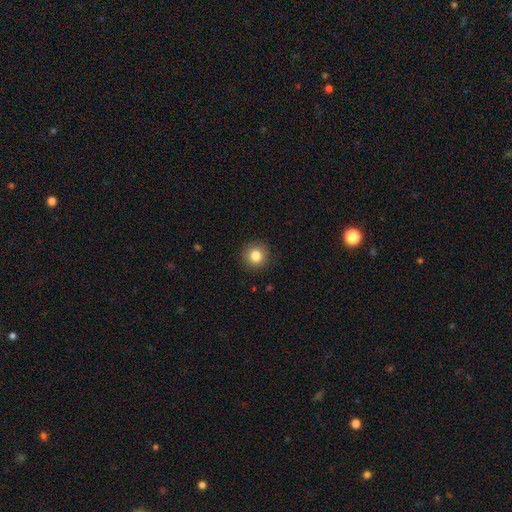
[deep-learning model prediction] This is clearly a smooth galaxy (83%). How rounded: clearly round (93%). Merging: clearly none (91%).